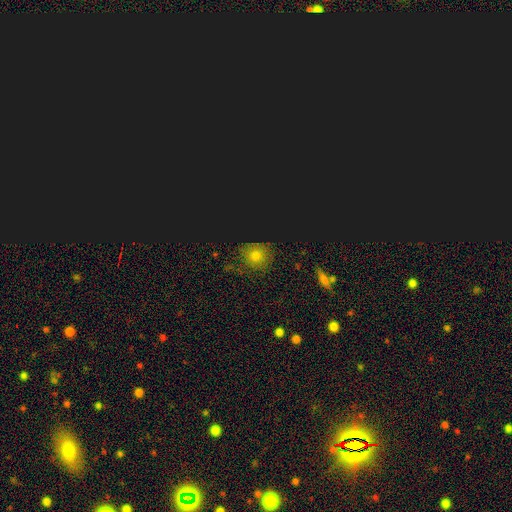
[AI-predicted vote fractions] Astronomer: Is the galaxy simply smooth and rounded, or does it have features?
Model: smooth — 59%.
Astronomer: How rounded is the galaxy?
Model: round — 82%.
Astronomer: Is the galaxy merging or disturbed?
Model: none — 79%.